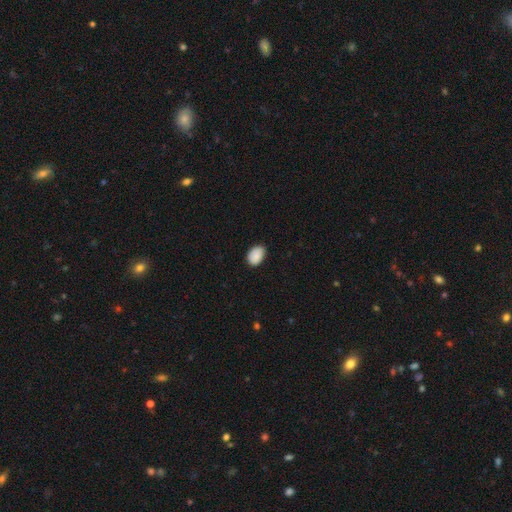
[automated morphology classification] This appears to be a smooth galaxy with no disk features (89%) that is in between round and cigar-shaped (84%). Merging: none (80%).